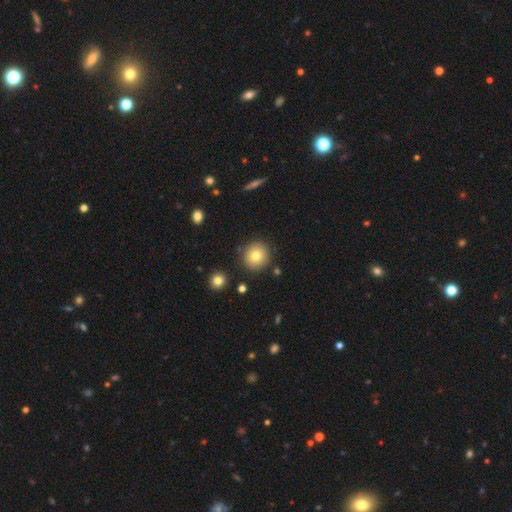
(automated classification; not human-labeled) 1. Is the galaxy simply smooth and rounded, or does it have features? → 77% smooth, 12% featured or disk, 11% star or artifact.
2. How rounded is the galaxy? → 92% round, 7% in between, 1% cigar-shaped.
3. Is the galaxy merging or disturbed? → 87% none, 8% minor disturbance, 3% merger, 2% major disturbance.